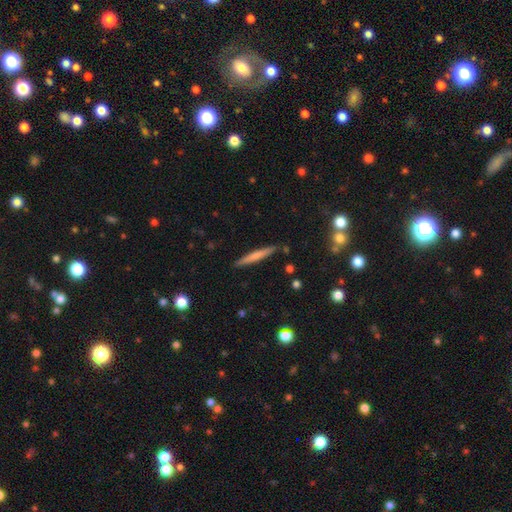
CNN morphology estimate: Smooth or featured?
  - smooth: 63% *
  - featured or disk: 31%
  - star or artifact: 6%
How rounded?
  - cigar-shaped: 96% *
  - in between: 3%
  - round: 1%
Merging?
  - none: 90% *
  - minor disturbance: 7%
  - merger: 2%
  - major disturbance: 1%